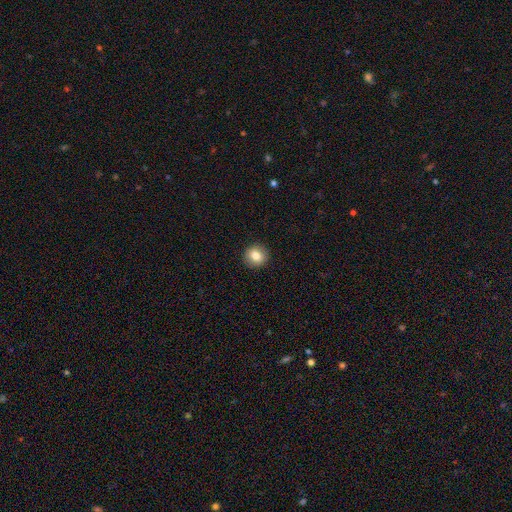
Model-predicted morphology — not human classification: This is clearly a smooth galaxy (82%). How rounded: clearly round (91%). Merging: clearly none (93%).